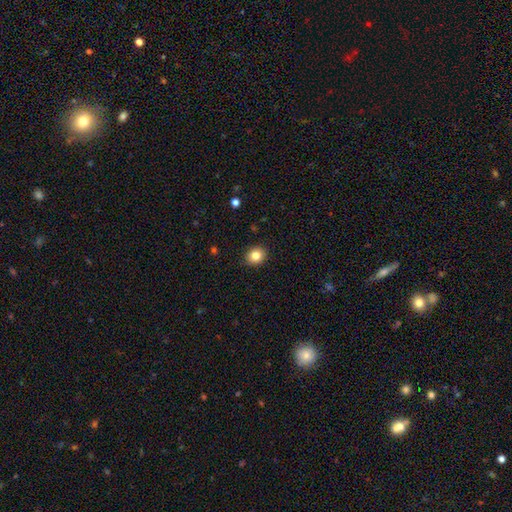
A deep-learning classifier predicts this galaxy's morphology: Overall: smooth (83%). How rounded: round (68%; in between 31%). Merging: none (91%).